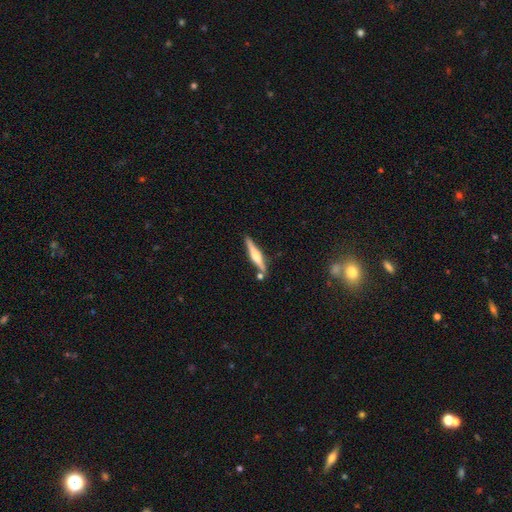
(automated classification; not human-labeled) Smooth or featured? featured or disk (67%)
Edge-on disk? yes (98%)
Edge-on bulge? rounded (84%)
Merging? none (81%)